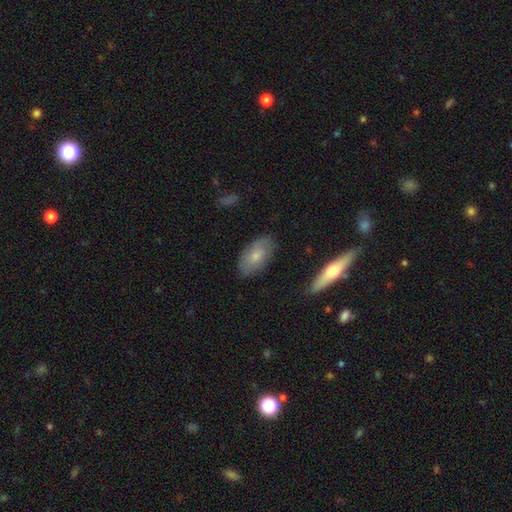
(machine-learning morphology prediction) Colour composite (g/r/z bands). It shows a smooth galaxy with no disk features (71%) that is in between round and cigar-shaped (93%). Merging: none (81%).